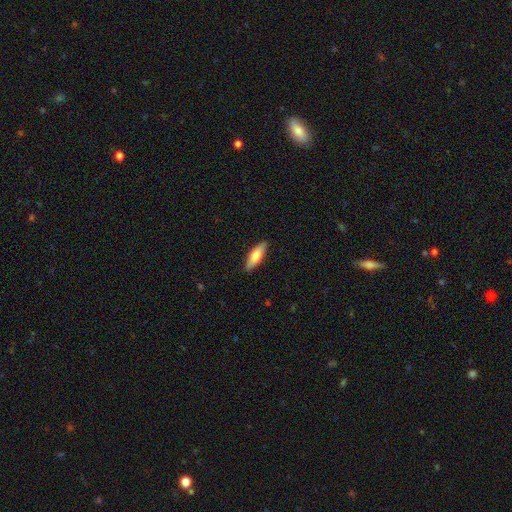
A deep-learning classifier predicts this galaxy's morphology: This is likely a smooth galaxy (74%). How rounded: possibly in between (51%). Merging: clearly none (88%).